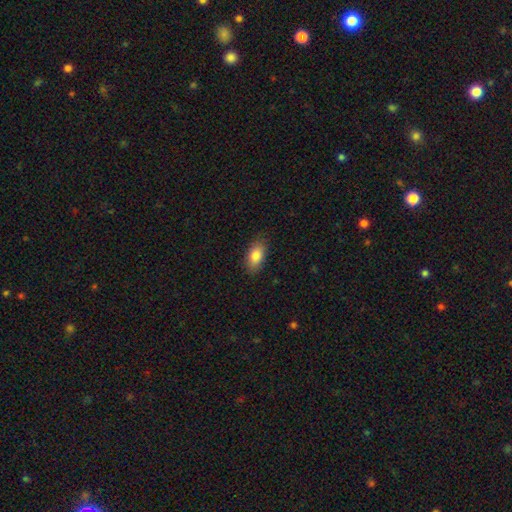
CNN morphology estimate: smooth 84%, featured or disk 8%, star or artifact 7%. Down the decision tree: how rounded — in between (90%); merging — none (85%).